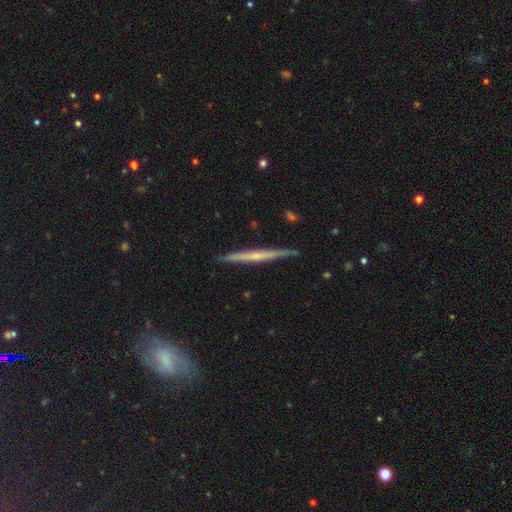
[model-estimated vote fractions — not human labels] Smooth or featured? featured or disk (70%)
Edge-on disk? yes (98%)
Edge-on bulge? none (52%)
Merging? none (90%)